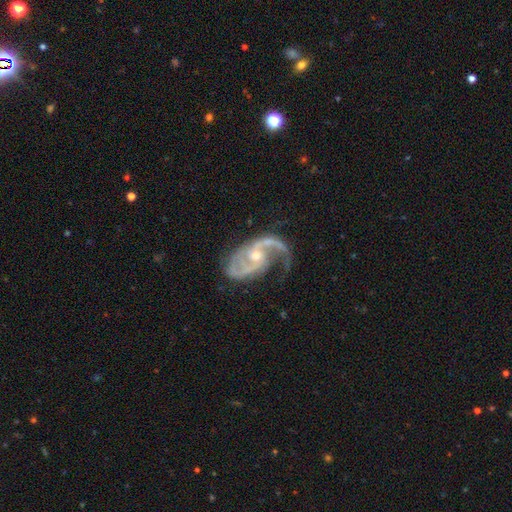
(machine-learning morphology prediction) smooth_or_featured: featured or disk (p=0.92) [alt: star or artifact p=0.05]
disk_edge_on: no (p=0.97) [alt: yes p=0.03]
bar: no (p=0.52) [alt: weak p=0.37]
has_spiral_arms: yes (p=0.97) [alt: no p=0.03]
spiral_winding: medium (p=0.49) [alt: loose p=0.34]
spiral_arm_count: 2 (p=0.77) [alt: 3 p=0.07]
bulge_size: moderate (p=0.50) [alt: small p=0.46]
merging: none (p=0.53) [alt: minor disturbance p=0.23]